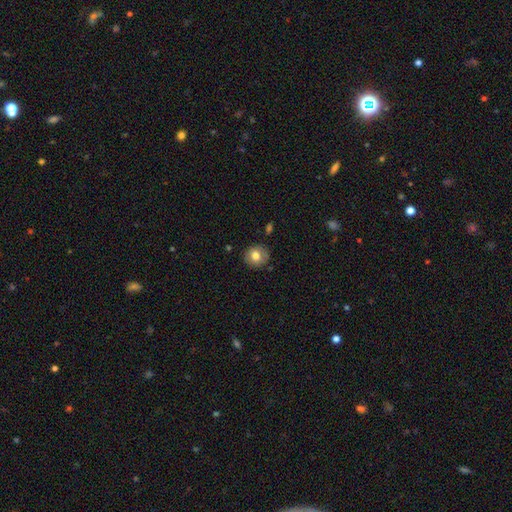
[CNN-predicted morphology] The model was most divided on "smooth or featured": smooth: 76%, featured or disk: 15%, star or artifact: 9%. More confident: how rounded — round (86%); merging — none (85%).